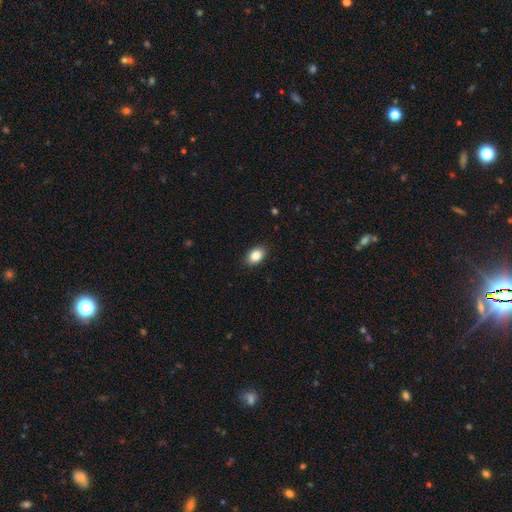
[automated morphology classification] smooth_or_featured: smooth (p=0.86) [alt: star or artifact p=0.08]
how_rounded: in between (p=0.85) [alt: round p=0.13]
merging: none (p=0.89) [alt: minor disturbance p=0.08]